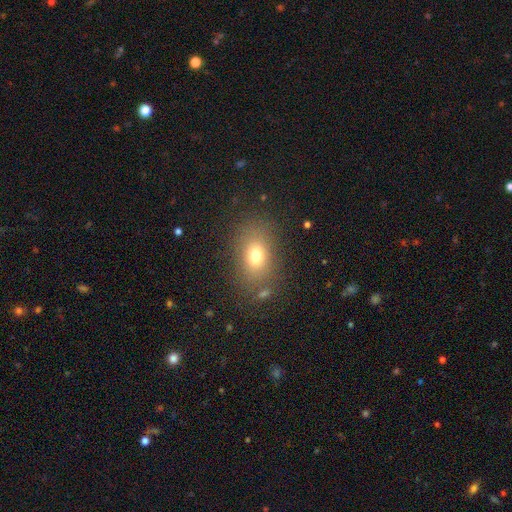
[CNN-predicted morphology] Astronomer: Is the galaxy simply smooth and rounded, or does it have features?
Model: smooth — 73%.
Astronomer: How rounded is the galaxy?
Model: in between — 74%.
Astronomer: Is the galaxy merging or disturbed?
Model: none — 80%.